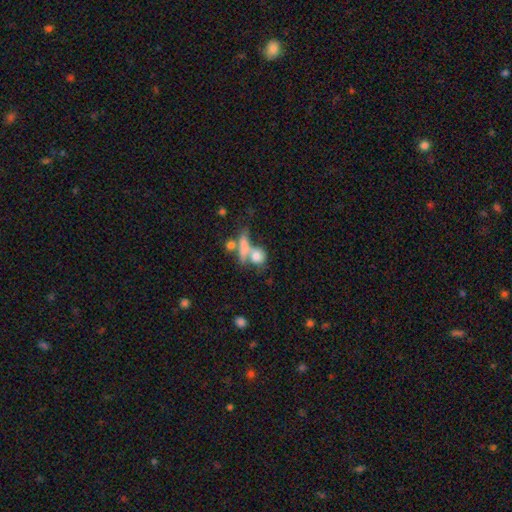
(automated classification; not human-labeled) Smooth or featured: smooth — 69% (featured or disk — 21%)
How rounded: round — 59% (in between — 31%)
Merging: merger — 45% (none — 31%)